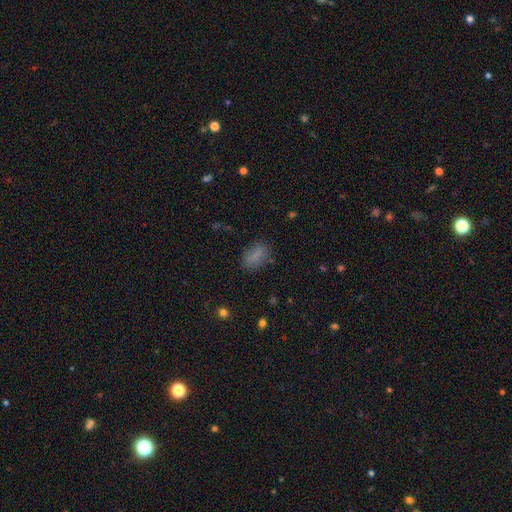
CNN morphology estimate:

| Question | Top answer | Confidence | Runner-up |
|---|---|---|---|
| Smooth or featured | smooth | 79% | star or artifact (13%) |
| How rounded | in between | 85% | round (10%) |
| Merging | none | 77% | minor disturbance (15%) |